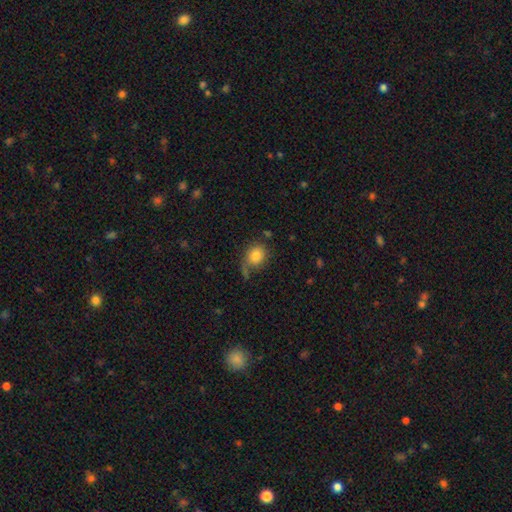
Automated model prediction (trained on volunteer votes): A smooth galaxy with no disk features (77%) that is round (68%).

Vote fractions:
- Smooth or featured? smooth: 77% / featured or disk: 14% / star or artifact: 9%
- How rounded? round: 68% / in between: 31% / cigar-shaped: 1%
- Merging? none: 54% / minor disturbance: 21% / major disturbance: 16% / merger: 8%